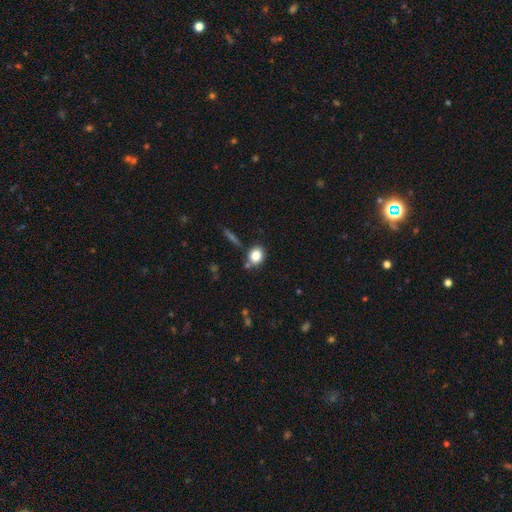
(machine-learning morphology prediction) Smooth or featured? smooth (81%)
How rounded? round (55%)
Merging? none (73%)